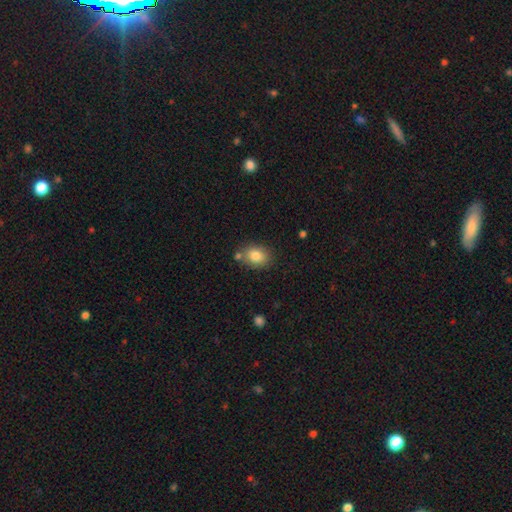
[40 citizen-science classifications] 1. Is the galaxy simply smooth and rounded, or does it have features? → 88% smooth, 8% star or artifact, 5% featured or disk.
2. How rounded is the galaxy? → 54% in between, 46% round, 0% cigar-shaped.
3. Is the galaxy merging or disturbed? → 59% none, 24% minor disturbance, 14% merger, 3% major disturbance.